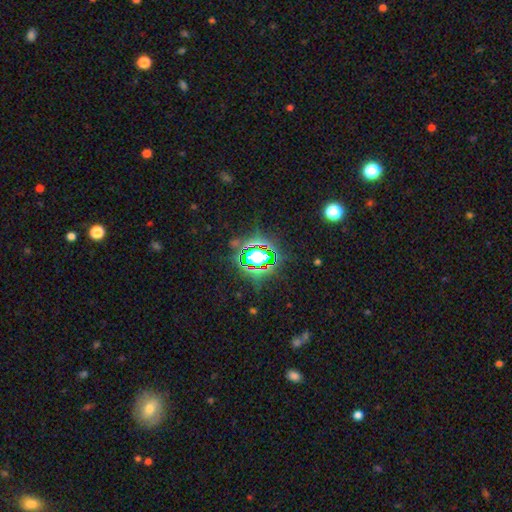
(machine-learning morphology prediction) star or artifact 74%, smooth 16%, featured or disk 10%.